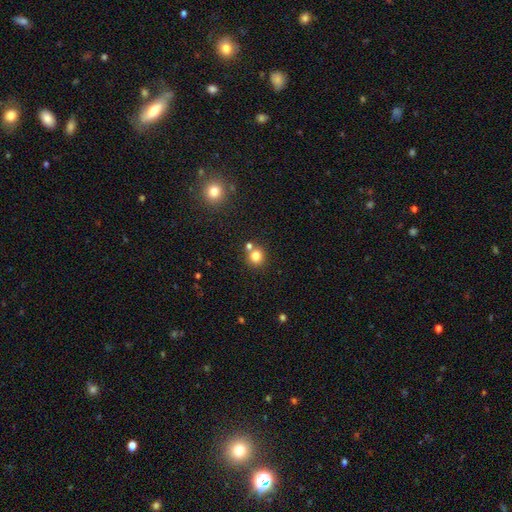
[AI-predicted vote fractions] The model was most divided on "merging": none: 70%, merger: 19%, minor disturbance: 8%, major disturbance: 3%. More confident: how rounded — round (89%); smooth or featured — smooth (80%).